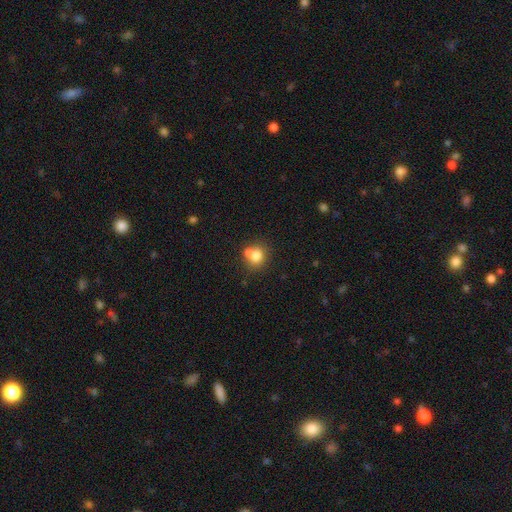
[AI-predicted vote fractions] Q: Smooth or featured?
A: smooth (77%); runner-up: featured or disk (12%)
Q: How rounded?
A: round (78%); runner-up: in between (21%)
Q: Merging?
A: none (52%); runner-up: merger (34%)